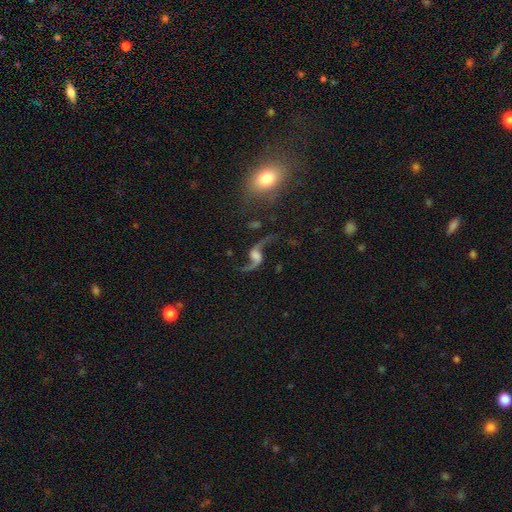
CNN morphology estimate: This appears to be a featured or disk galaxy (89%) with no bar (52%), 2 (94%) loose (92%) spiral arms (97%) and no central bulge (28%). Merging: none (72%).